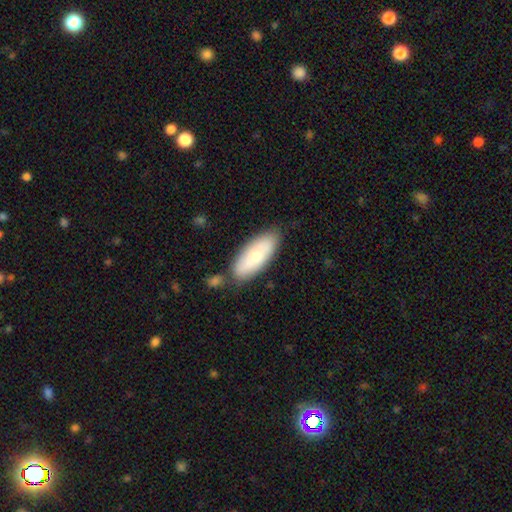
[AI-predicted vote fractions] Smooth or featured: smooth — 70% (featured or disk — 24%)
How rounded: in between — 76% (cigar-shaped — 22%)
Merging: none — 76% (minor disturbance — 14%)